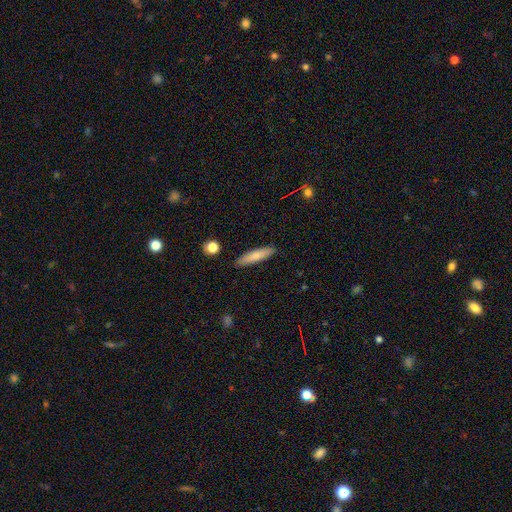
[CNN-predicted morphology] Smooth or featured? smooth (74%)
How rounded? cigar-shaped (80%)
Merging? none (89%)